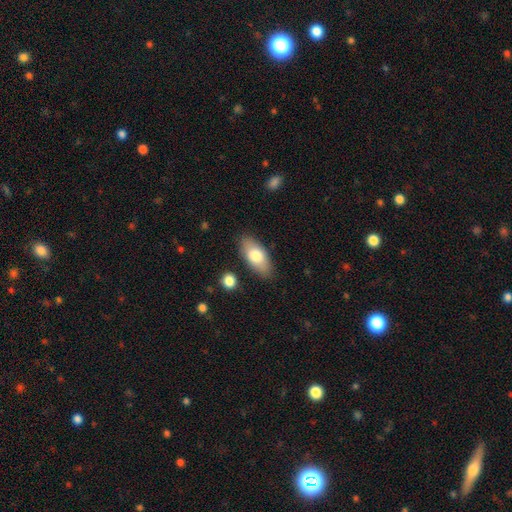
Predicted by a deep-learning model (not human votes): This is likely a smooth galaxy (76%). How rounded: clearly in between (88%). Merging: clearly none (84%).